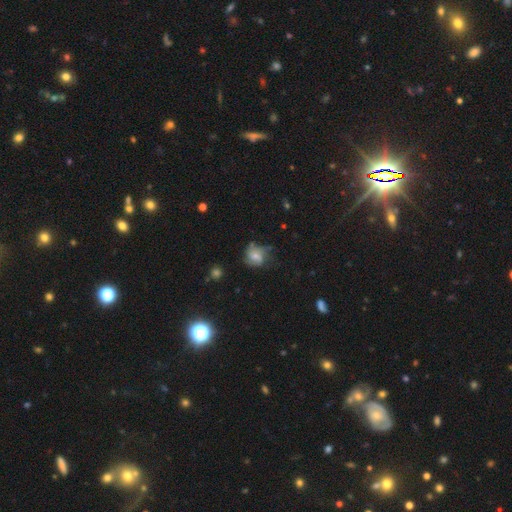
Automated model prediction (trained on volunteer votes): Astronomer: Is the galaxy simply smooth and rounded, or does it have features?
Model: featured or disk — 46% (runner-up: smooth, 42%).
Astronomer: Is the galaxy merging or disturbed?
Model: none — 53%.